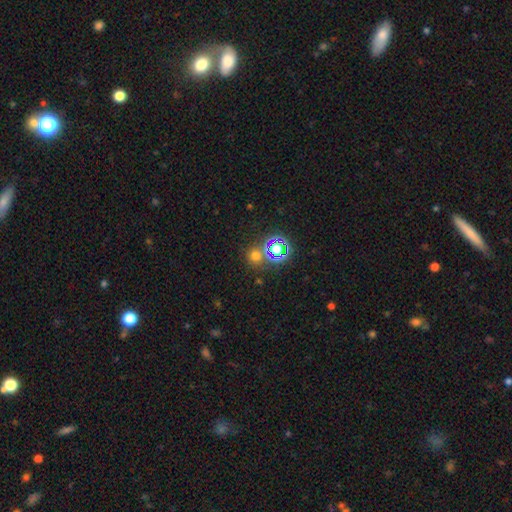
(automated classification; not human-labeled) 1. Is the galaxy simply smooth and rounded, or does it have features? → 55% smooth, 38% star or artifact, 7% featured or disk.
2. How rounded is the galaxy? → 87% round, 12% in between, 1% cigar-shaped.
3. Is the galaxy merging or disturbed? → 71% none, 17% merger, 8% minor disturbance, 4% major disturbance.